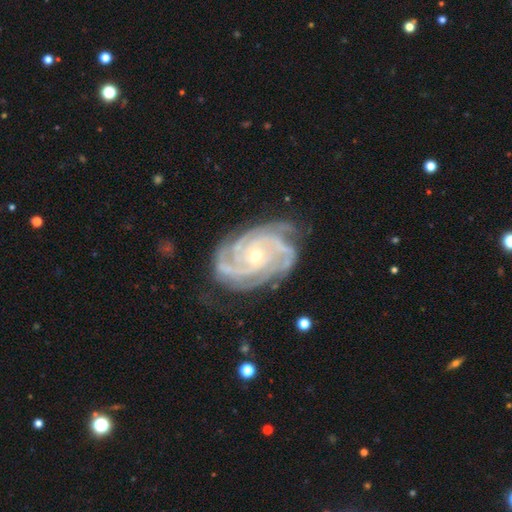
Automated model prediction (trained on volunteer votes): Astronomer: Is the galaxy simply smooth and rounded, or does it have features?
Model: featured or disk — 91%.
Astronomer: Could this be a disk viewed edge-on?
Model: no — 97%.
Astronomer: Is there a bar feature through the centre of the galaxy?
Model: no — 74%.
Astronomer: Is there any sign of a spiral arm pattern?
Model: yes — 98%.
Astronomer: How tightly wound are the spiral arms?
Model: tight — 73%.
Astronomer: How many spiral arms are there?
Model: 3 — 29% (runner-up: 4, 28%).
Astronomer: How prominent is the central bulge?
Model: small — 64%.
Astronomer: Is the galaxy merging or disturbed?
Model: none — 72%.